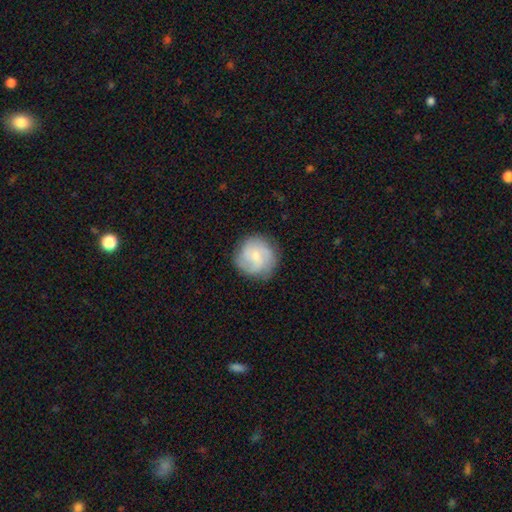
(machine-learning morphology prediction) A featured or disk galaxy (51%).

Vote fractions:
- Smooth or featured? featured or disk: 51% / smooth: 42% / star or artifact: 7%
- Edge-on disk? no: 98% / yes: 2%
- Merging? none: 78% / minor disturbance: 16% / major disturbance: 5% / merger: 1%